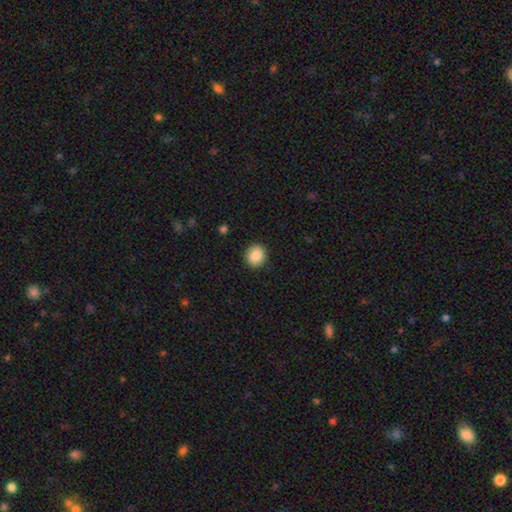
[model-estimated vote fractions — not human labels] A smooth galaxy with no disk features (88%) that is round (81%).

Vote fractions:
- Smooth or featured? smooth: 88% / star or artifact: 8% / featured or disk: 4%
- How rounded? round: 81% / in between: 18% / cigar-shaped: 1%
- Merging? none: 89% / minor disturbance: 8% / major disturbance: 2% / merger: 1%